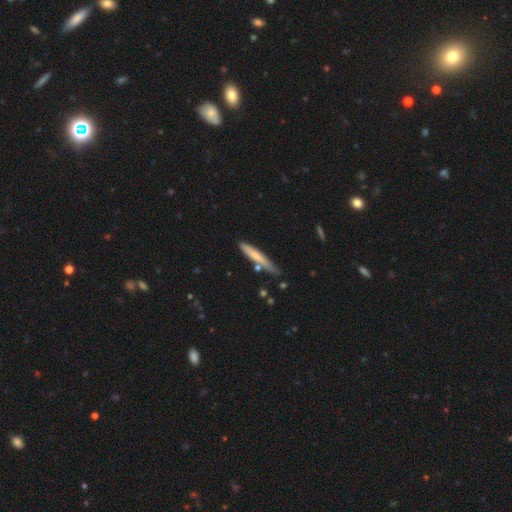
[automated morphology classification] Overall: smooth (67%). How rounded: cigar-shaped (93%). Merging: none (69%).